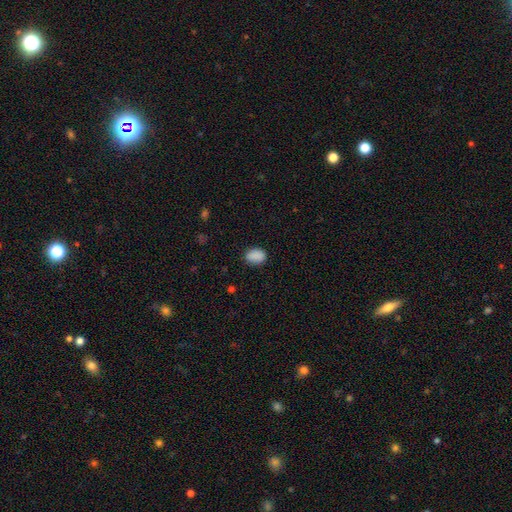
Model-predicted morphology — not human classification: smooth 89%, star or artifact 8%, featured or disk 3%. Down the decision tree: how rounded — in between (79%); merging — none (84%).